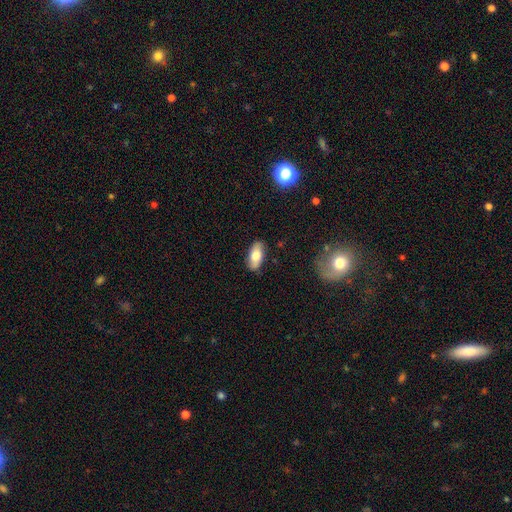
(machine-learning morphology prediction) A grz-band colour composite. It shows a smooth galaxy with no disk features (75%) that is in between round and cigar-shaped (90%). Merging: none (84%).